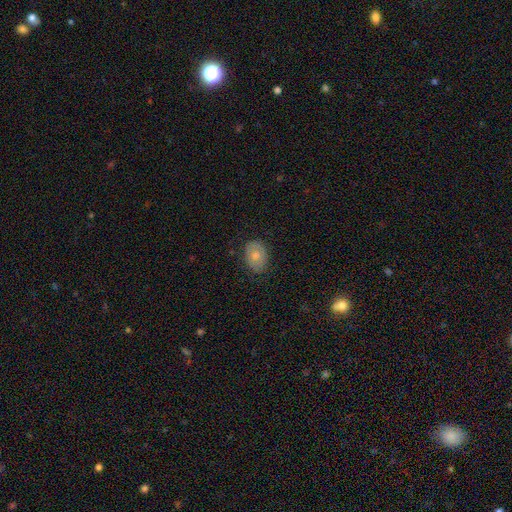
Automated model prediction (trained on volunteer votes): This appears to be a smooth galaxy with no disk features (71%) that is in between round and cigar-shaped (73%). Merging: none (79%).